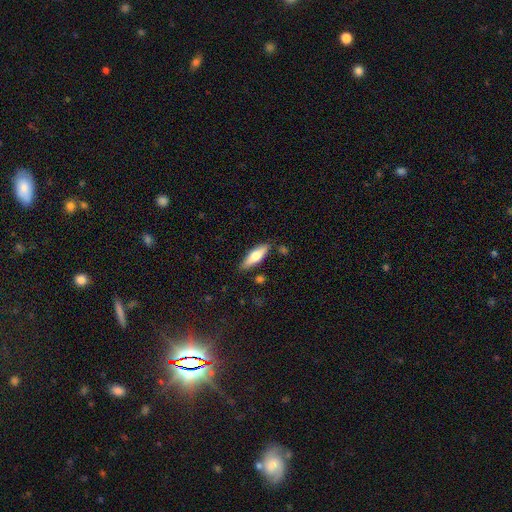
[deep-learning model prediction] Morphology: type=smooth (65%); roundness=in between (49%, tied with cigar-shaped); merging=none (82%).